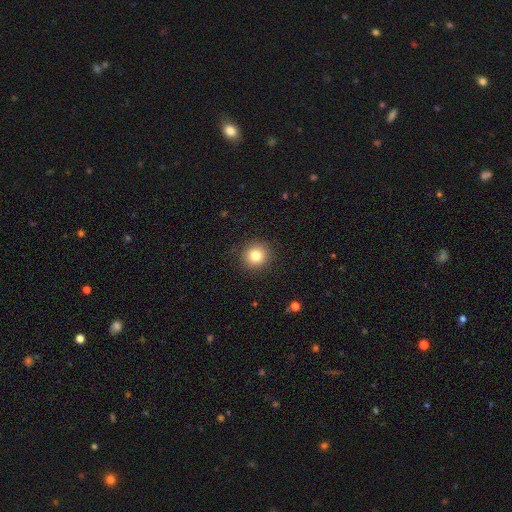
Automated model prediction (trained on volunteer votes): Smooth or featured? Predicted: smooth (p=0.81). How rounded? Predicted: round (p=0.91). Merging? Predicted: none (p=0.90).